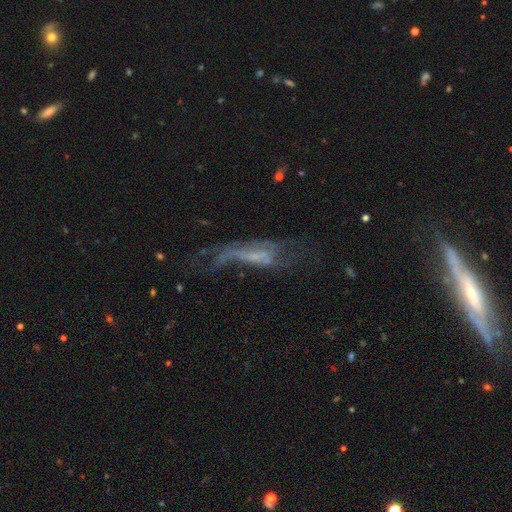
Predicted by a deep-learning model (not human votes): This appears to be a featured or disk galaxy (59%). Merging: major disturbance (43%).